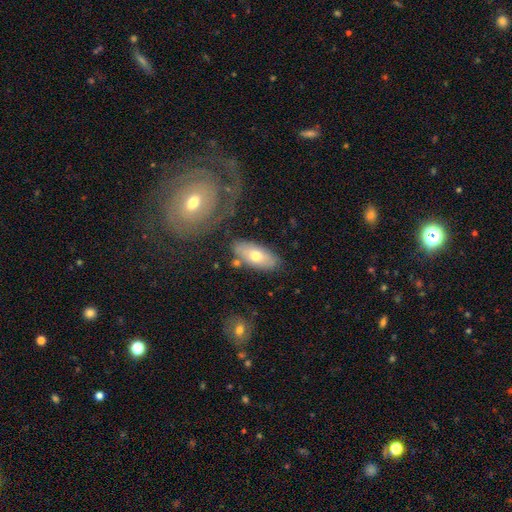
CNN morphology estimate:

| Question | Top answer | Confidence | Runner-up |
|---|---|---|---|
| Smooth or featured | smooth | 61% | featured or disk (33%) |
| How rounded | in between | 84% | cigar-shaped (13%) |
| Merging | none | 72% | minor disturbance (15%) |